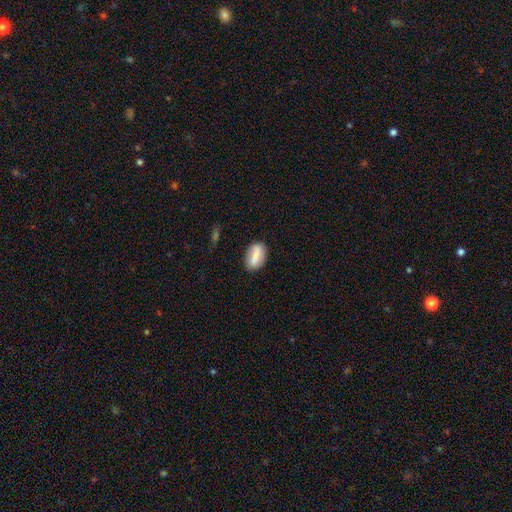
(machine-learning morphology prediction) This is likely a smooth galaxy (70%). How rounded: clearly in between (86%). Merging: likely none (78%).